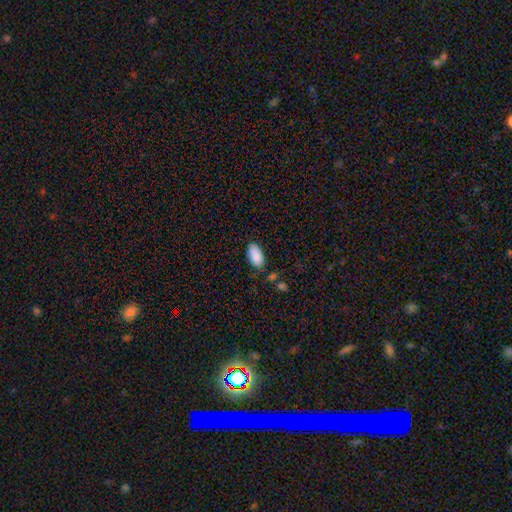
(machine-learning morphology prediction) type=smooth (89%); roundness=in between (94%); merging=none (79%).